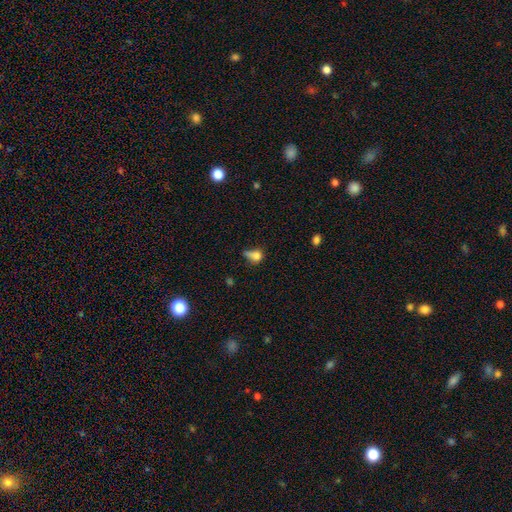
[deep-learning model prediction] Smooth or featured? Predicted: smooth (p=0.72). How rounded? Predicted: in between (p=0.51). Merging? Predicted: minor disturbance (p=0.32).